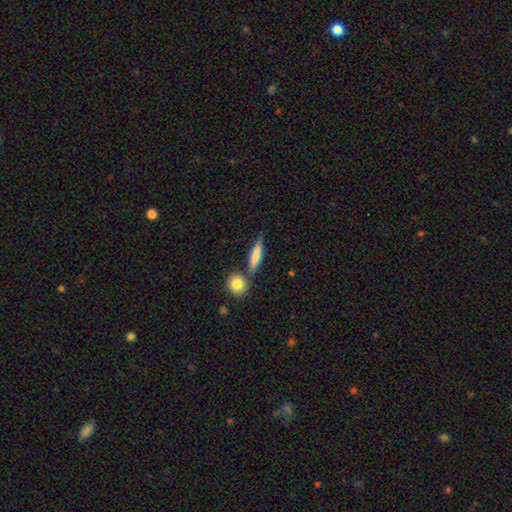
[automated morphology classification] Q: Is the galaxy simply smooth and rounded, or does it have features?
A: smooth — 70%.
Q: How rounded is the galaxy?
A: cigar-shaped — 72%.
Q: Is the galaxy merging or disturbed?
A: none — 69%.